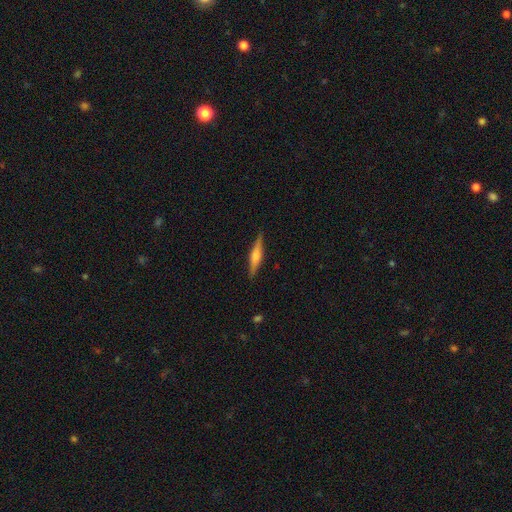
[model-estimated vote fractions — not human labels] smooth-or-featured: featured or disk: 60% | smooth: 34% | star or artifact: 6%
  disk-edge-on: yes: 97% | no: 3%
    edge-on-bulge: rounded: 74% | boxy: 20% | none: 6%
  merging: none: 88% | minor disturbance: 9% | major disturbance: 2% | merger: 1%